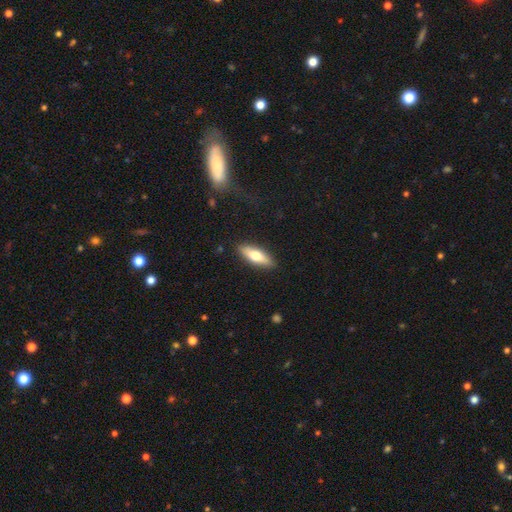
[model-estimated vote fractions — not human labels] This appears to be a smooth galaxy with no disk features (63%) that is in between round and cigar-shaped (54%). Merging: none (88%).